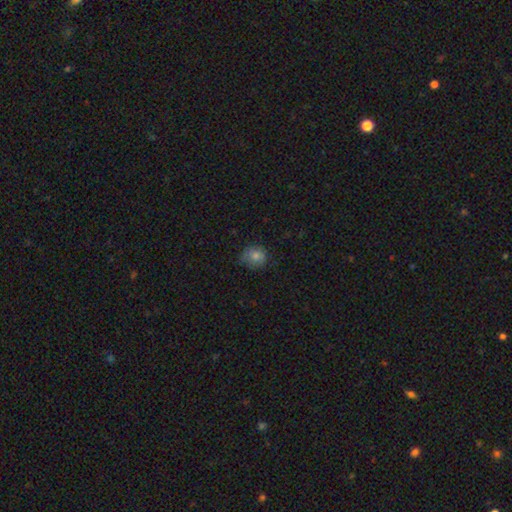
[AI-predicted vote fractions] A smooth galaxy with no disk features (75%) that is round (76%).

Vote fractions:
- Smooth or featured? smooth: 75% / star or artifact: 13% / featured or disk: 12%
- How rounded? round: 76% / in between: 23% / cigar-shaped: 1%
- Merging? none: 65% / minor disturbance: 27% / major disturbance: 7% / merger: 1%